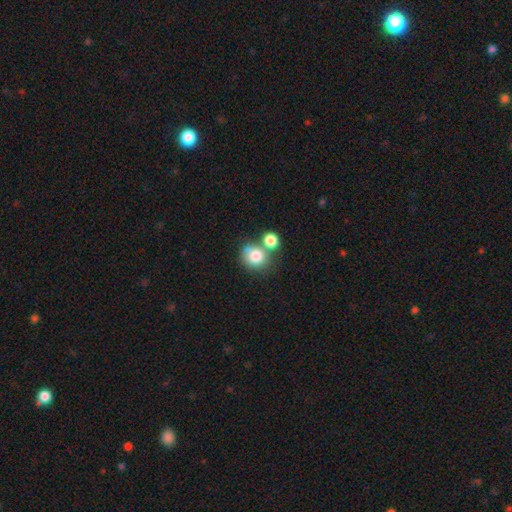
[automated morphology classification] Smooth or featured? Predicted: smooth (p=0.79). How rounded? Predicted: round (p=0.78). Merging? Predicted: none (p=0.46).